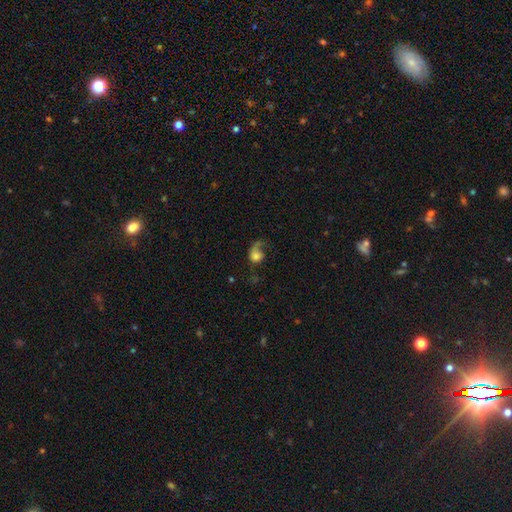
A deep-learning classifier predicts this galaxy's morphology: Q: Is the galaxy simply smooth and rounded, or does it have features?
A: smooth — 50%.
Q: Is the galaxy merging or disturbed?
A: major disturbance — 51%.